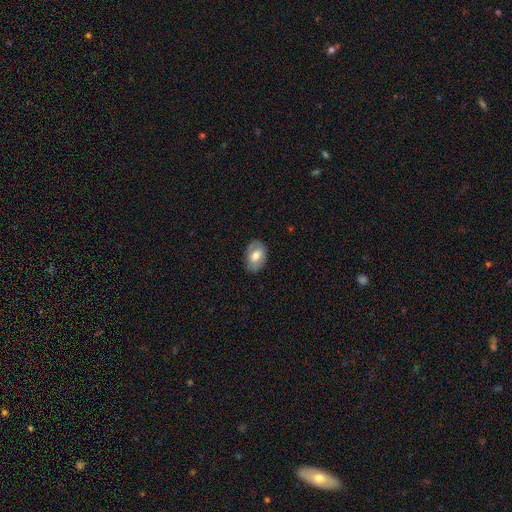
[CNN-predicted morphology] smooth-or-featured: smooth: 65% | featured or disk: 28% | star or artifact: 7%
  how-rounded: in between: 85% | round: 14% | cigar-shaped: 1%
  merging: none: 80% | minor disturbance: 15% | major disturbance: 4% | merger: 1%